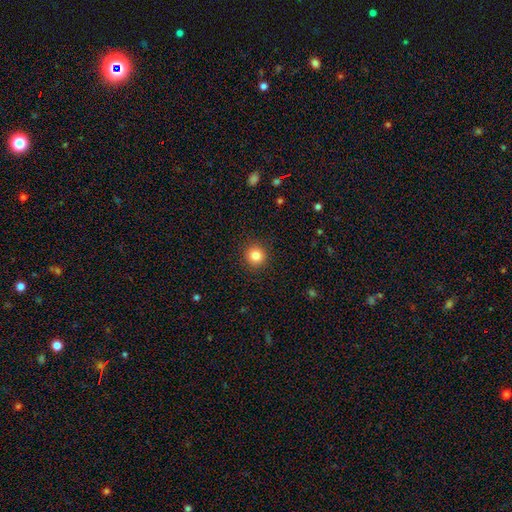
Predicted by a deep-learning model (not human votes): A smooth galaxy with no disk features (84%) that is round (95%). Merging: none (92%).